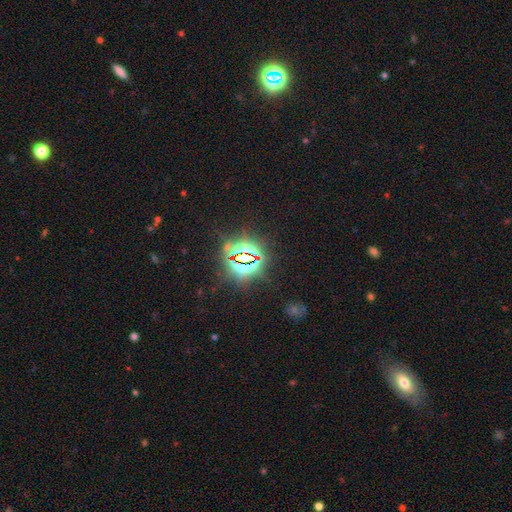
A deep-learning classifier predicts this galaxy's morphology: A star or artifact, not a galaxy (84%).